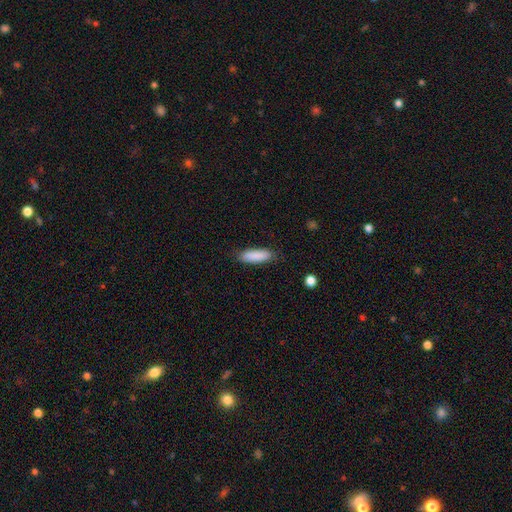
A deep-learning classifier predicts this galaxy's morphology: Q: Smooth or featured?
A: smooth (88%); runner-up: star or artifact (6%)
Q: How rounded?
A: cigar-shaped (50%); runner-up: in between (48%)
Q: Merging?
A: none (83%); runner-up: minor disturbance (13%)